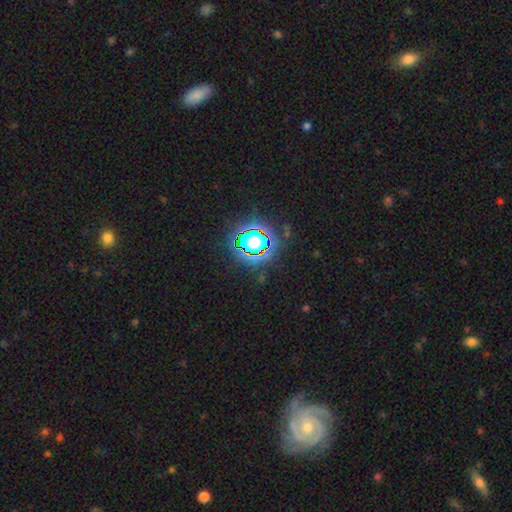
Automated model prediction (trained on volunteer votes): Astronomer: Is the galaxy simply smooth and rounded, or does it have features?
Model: star or artifact — 65%.